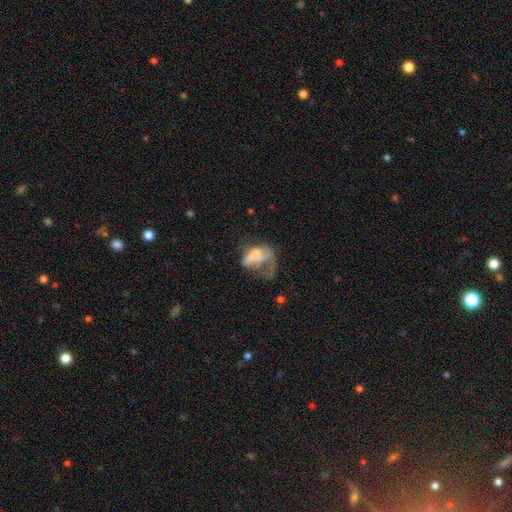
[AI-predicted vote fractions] smooth 50%, featured or disk 40%, star or artifact 10%. Down the decision tree: merging — major disturbance (60%).